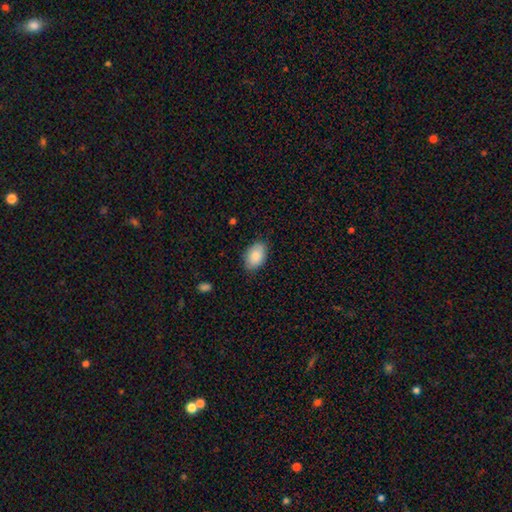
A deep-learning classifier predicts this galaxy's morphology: Smooth or featured? smooth (86%)
How rounded? in between (90%)
Merging? none (82%)